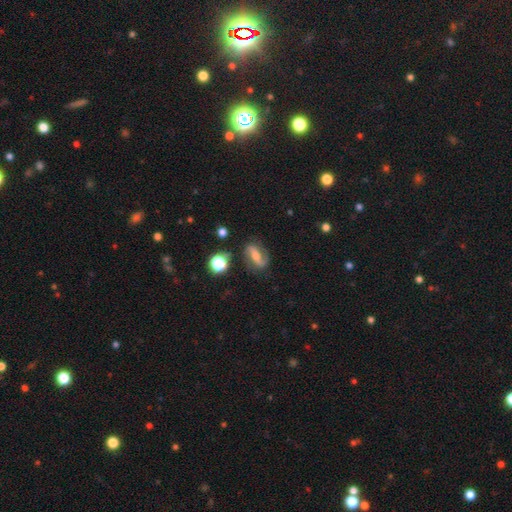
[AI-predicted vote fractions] Smooth or featured? Predicted: featured or disk (p=0.75). Edge-on disk? Predicted: no (p=0.94). Bar? Predicted: strong (p=0.48). Spiral arms? Predicted: yes (p=0.92). Spiral winding? Predicted: loose (p=0.47). Spiral arm count? Predicted: 2 (p=0.88). Bulge size? Predicted: moderate (p=0.48). Merging? Predicted: none (p=0.76).